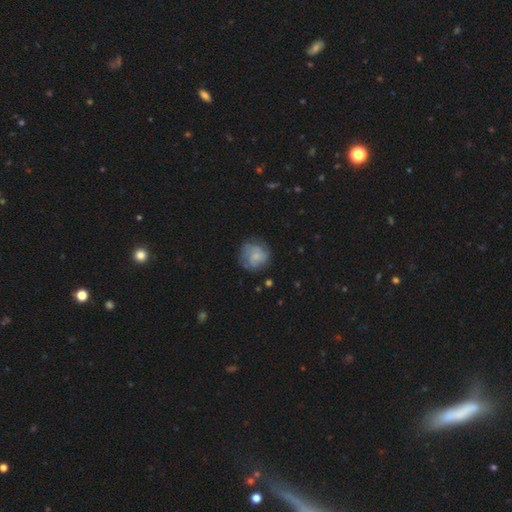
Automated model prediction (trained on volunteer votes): This is possibly a smooth galaxy (46%). Merging: likely none (67%).